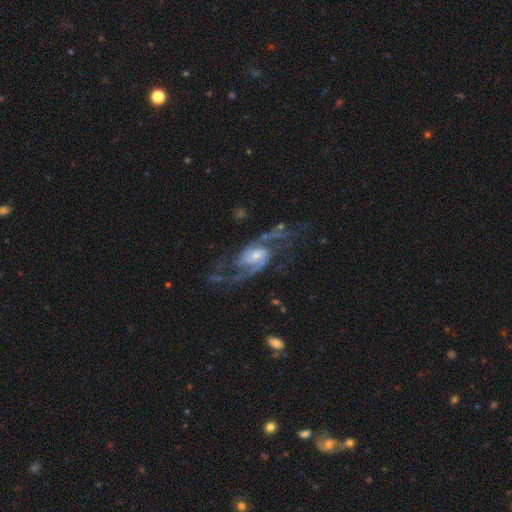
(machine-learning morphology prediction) smooth-or-featured: featured or disk: 91% | star or artifact: 5% | smooth: 4%
  disk-edge-on: no: 97% | yes: 3%
    bar: weak: 45% | no: 41% | strong: 14%
    has-spiral-arms: yes: 98% | no: 2%
      spiral-winding: medium: 48% | loose: 39% | tight: 13%
      spiral-arm-count: 2: 83% | 3: 6% | can't tell: 4% | 1: 3% | 4: 2% | more than 4: 2%
    bulge-size: moderate: 46% | small: 39% | large: 9% | none: 5% | dominant: 1%
  merging: none: 61% | major disturbance: 19% | minor disturbance: 16% | merger: 3%